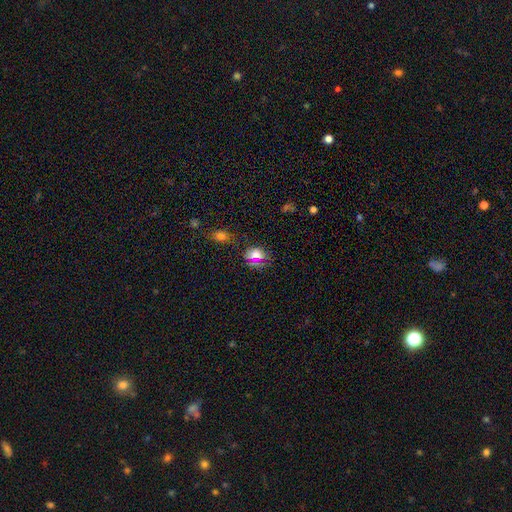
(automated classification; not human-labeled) A smooth galaxy with no disk features (62%) that is round (57%). Merging: none (76%).